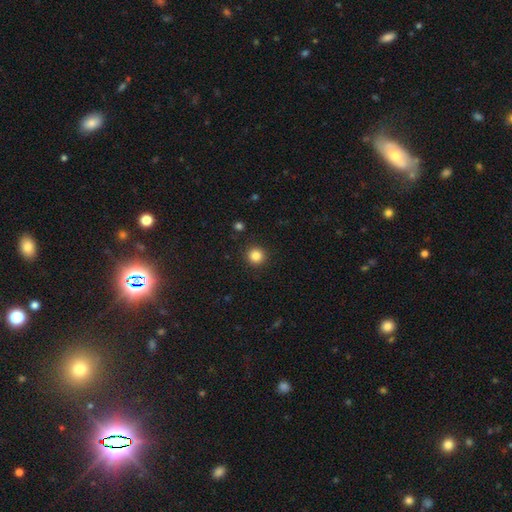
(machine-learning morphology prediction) smooth_or_featured: smooth (p=0.86) [alt: star or artifact p=0.11]
how_rounded: round (p=0.94) [alt: in between p=0.05]
merging: none (p=0.92) [alt: minor disturbance p=0.05]